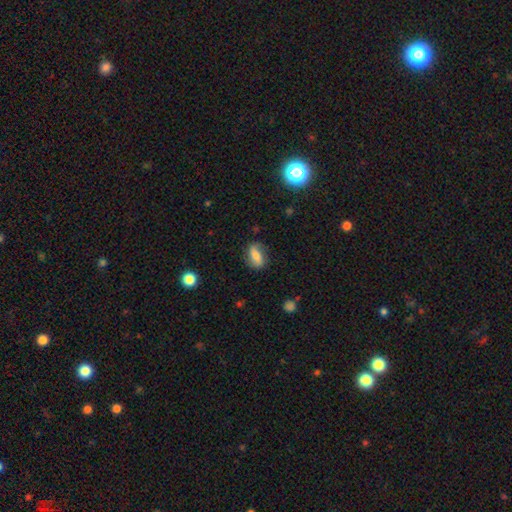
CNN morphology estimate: smooth_or_featured: smooth (p=0.53) [alt: featured or disk p=0.38]
how_rounded: in between (p=0.78) [alt: round p=0.14]
merging: none (p=0.74) [alt: minor disturbance p=0.19]